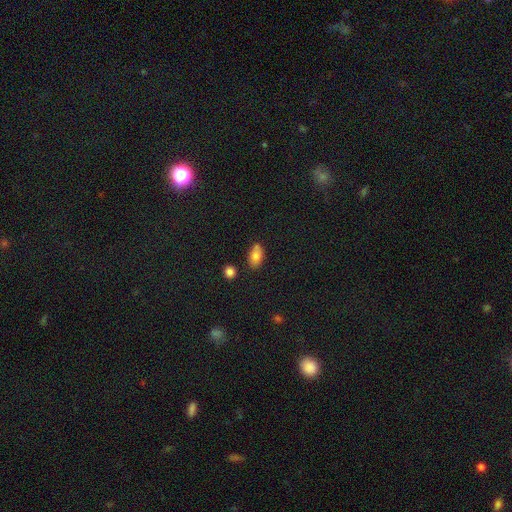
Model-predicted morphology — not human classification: Smooth or featured?
  - smooth: 78% *
  - featured or disk: 12%
  - star or artifact: 10%
How rounded?
  - in between: 86% *
  - round: 10%
  - cigar-shaped: 3%
Merging?
  - none: 68% *
  - minor disturbance: 17%
  - merger: 11%
  - major disturbance: 4%